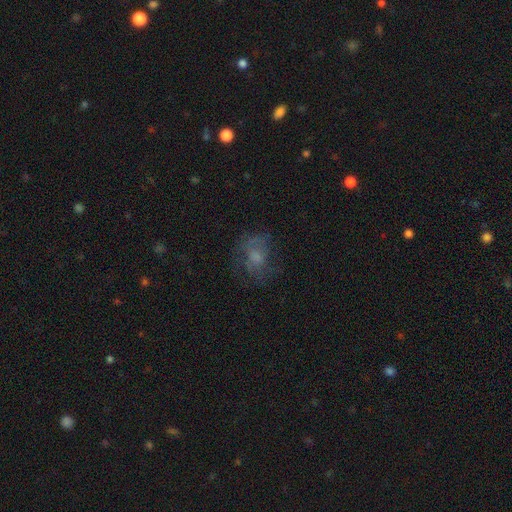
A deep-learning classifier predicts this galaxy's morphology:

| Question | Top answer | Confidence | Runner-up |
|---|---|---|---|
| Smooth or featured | smooth | 44% | featured or disk (40%) |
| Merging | none | 57% | major disturbance (22%) |